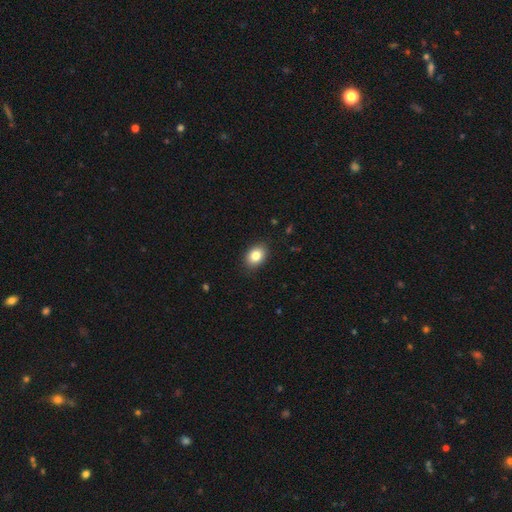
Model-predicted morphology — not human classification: This appears to be a smooth galaxy with no disk features (84%) that is in between round and cigar-shaped (73%). Merging: none (88%).